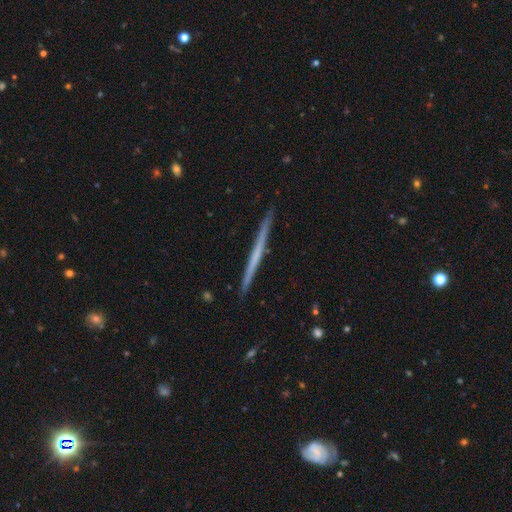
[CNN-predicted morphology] type=featured or disk (59%); edge-on=yes (98%); edge-on bulge=none (89%); merging=none (92%).